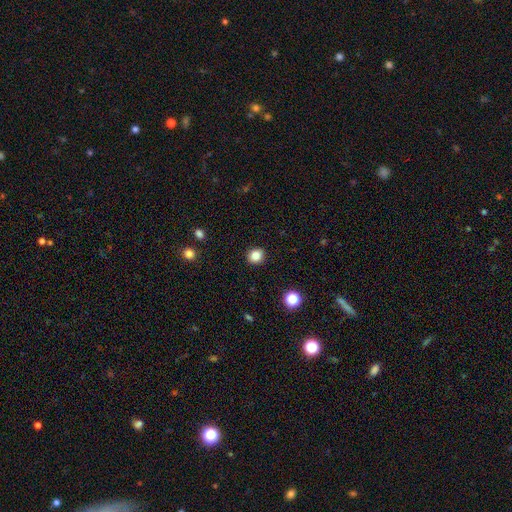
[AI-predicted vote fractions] Smooth or featured: smooth — 83% (star or artifact — 12%)
How rounded: round — 83% (in between — 16%)
Merging: none — 92% (minor disturbance — 5%)